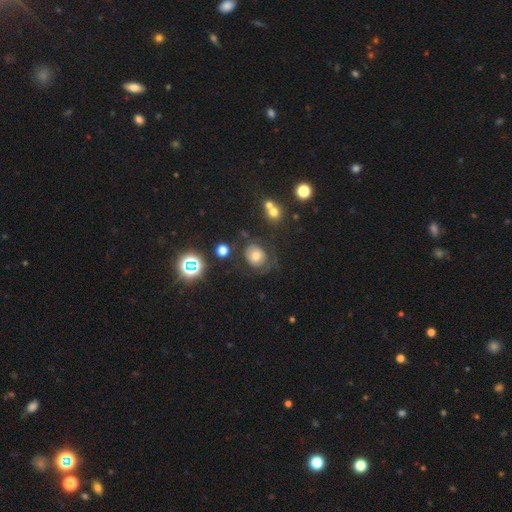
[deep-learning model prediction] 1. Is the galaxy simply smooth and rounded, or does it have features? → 55% smooth, 29% featured or disk, 16% star or artifact.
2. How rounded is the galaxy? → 63% round, 36% in between, 1% cigar-shaped.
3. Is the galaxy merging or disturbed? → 55% none, 22% minor disturbance, 18% major disturbance, 5% merger.